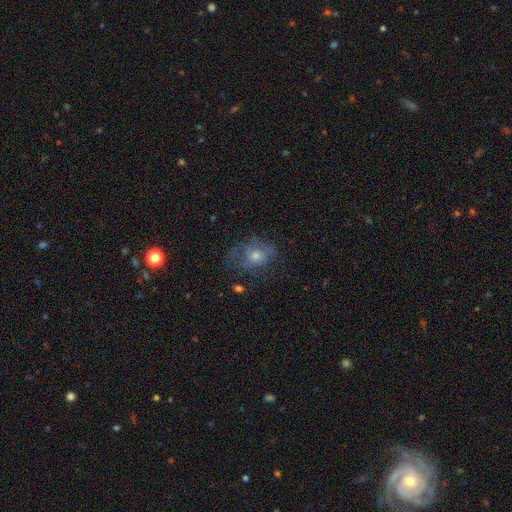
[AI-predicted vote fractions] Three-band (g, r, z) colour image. It shows a smooth galaxy with no disk features (44%). Merging: none (53%).